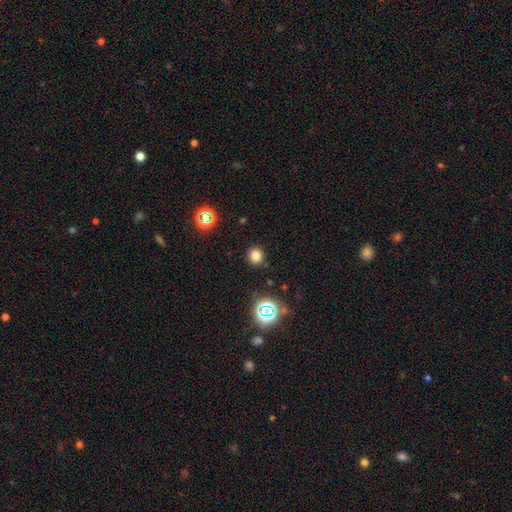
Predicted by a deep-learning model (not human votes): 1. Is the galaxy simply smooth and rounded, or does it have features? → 76% smooth, 19% star or artifact, 5% featured or disk.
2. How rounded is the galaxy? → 83% round, 16% in between, 1% cigar-shaped.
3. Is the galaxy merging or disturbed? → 89% none, 7% minor disturbance, 3% major disturbance, 2% merger.